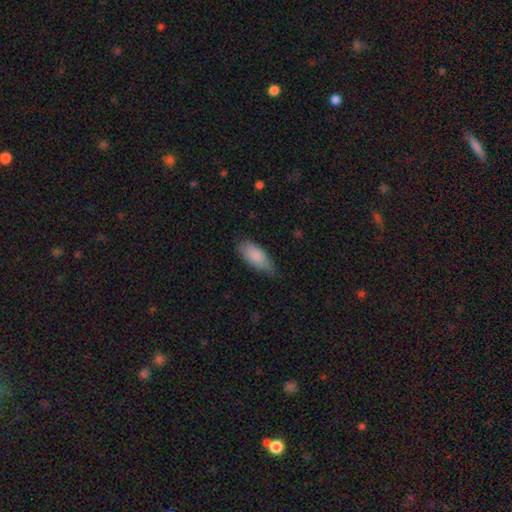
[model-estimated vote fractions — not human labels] A smooth galaxy with no disk features (86%) that is in between round and cigar-shaped (84%). Merging: none (67%).